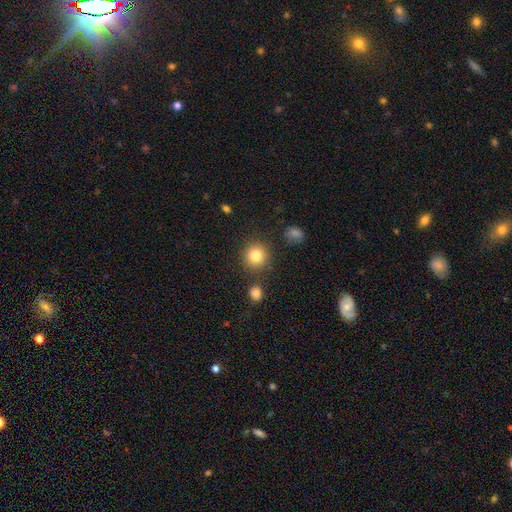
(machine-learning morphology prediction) A smooth galaxy with no disk features (82%) that is round (91%). Merging: none (84%).